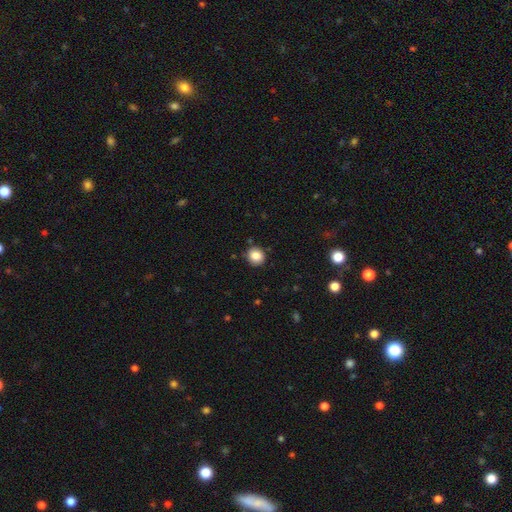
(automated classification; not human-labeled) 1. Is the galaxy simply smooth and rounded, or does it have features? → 85% smooth, 9% star or artifact, 5% featured or disk.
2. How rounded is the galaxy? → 85% round, 14% in between, 1% cigar-shaped.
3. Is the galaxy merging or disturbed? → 85% none, 11% minor disturbance, 2% major disturbance, 2% merger.